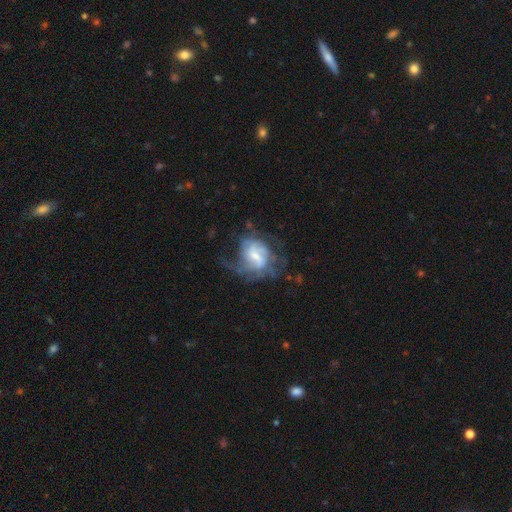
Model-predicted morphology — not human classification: smooth-or-featured: featured or disk: 75% | smooth: 17% | star or artifact: 7%
  disk-edge-on: no: 97% | yes: 3%
    bar: weak: 53% | no: 31% | strong: 17%
    has-spiral-arms: yes: 85% | no: 15%
      spiral-winding: medium: 42% | loose: 30% | tight: 28%
      spiral-arm-count: 2: 35% (tied) | can't tell: 35% (tied) | 3: 13% | 1: 7% | 4: 6% | more than 4: 4%
    bulge-size: small: 45% | moderate: 37% | none: 9% | large: 8% | dominant: 1%
  merging: none: 44% | major disturbance: 32% | minor disturbance: 21% | merger: 2%